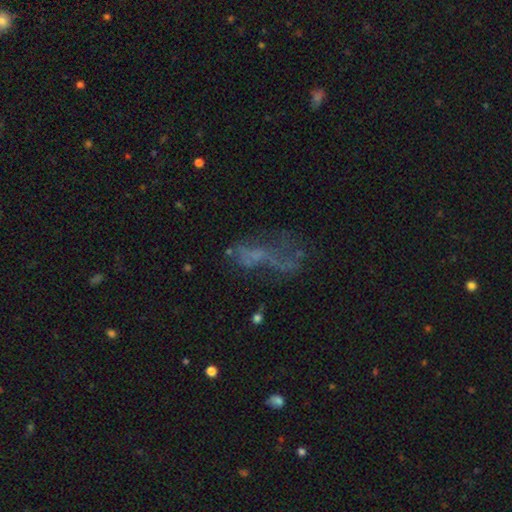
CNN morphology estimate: smooth_or_featured: featured or disk (p=0.46) [alt: smooth p=0.29]
merging: major disturbance (p=0.39) [alt: none p=0.37]